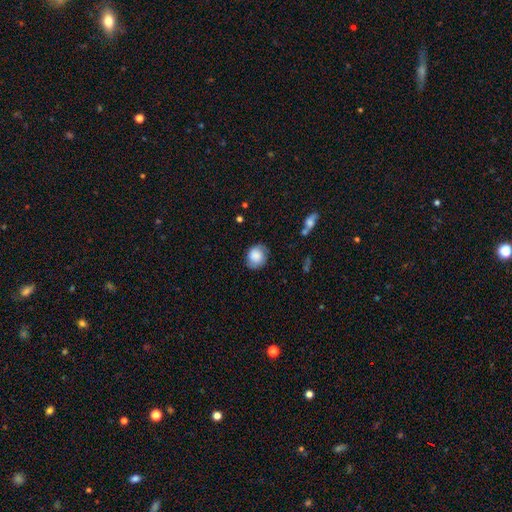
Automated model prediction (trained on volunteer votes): Q: Smooth or featured?
A: smooth (80%); runner-up: featured or disk (12%)
Q: How rounded?
A: round (75%); runner-up: in between (24%)
Q: Merging?
A: none (74%); runner-up: minor disturbance (20%)